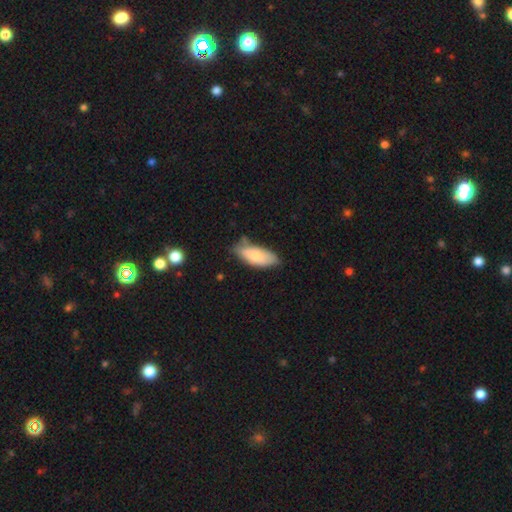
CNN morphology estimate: This is likely a smooth galaxy (76%). How rounded: clearly in between (83%). Merging: likely none (62%).